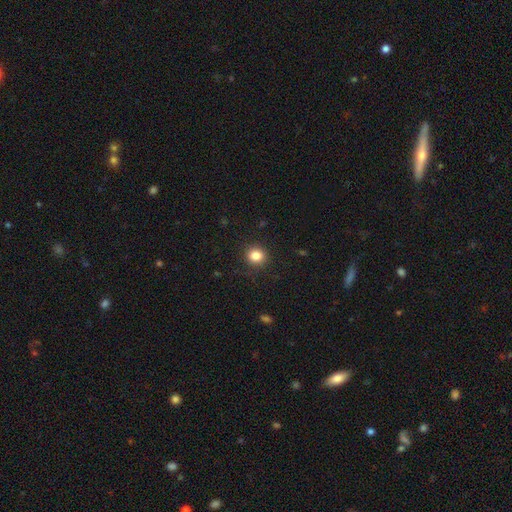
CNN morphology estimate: smooth_or_featured: smooth (p=0.84) [alt: star or artifact p=0.11]
how_rounded: round (p=0.84) [alt: in between p=0.15]
merging: none (p=0.89) [alt: minor disturbance p=0.08]